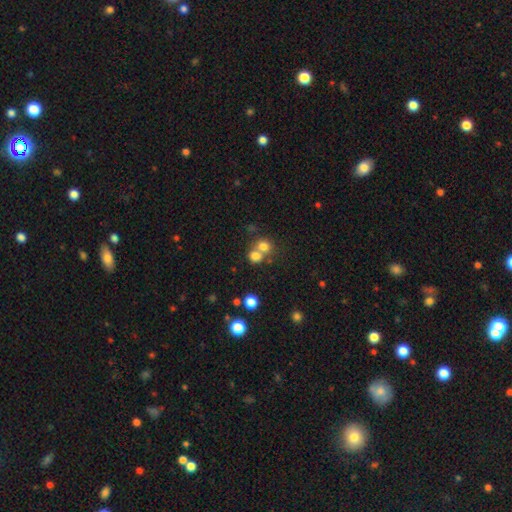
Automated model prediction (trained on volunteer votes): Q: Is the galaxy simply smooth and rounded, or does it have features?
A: smooth — 74%.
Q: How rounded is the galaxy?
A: round — 78%.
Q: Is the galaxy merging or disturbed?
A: merger — 51%.